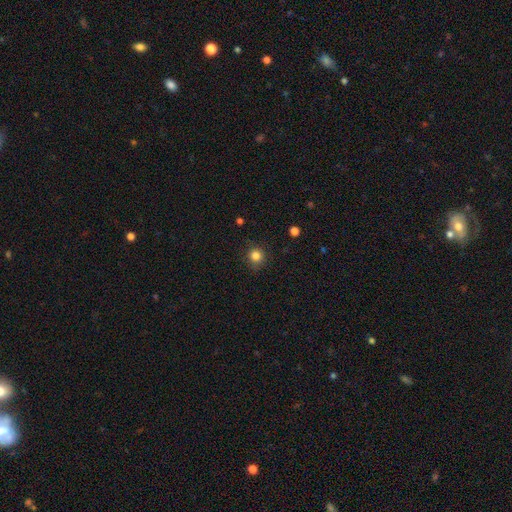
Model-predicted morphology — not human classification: A smooth galaxy with no disk features (83%) that is round (93%). Merging: none (86%).